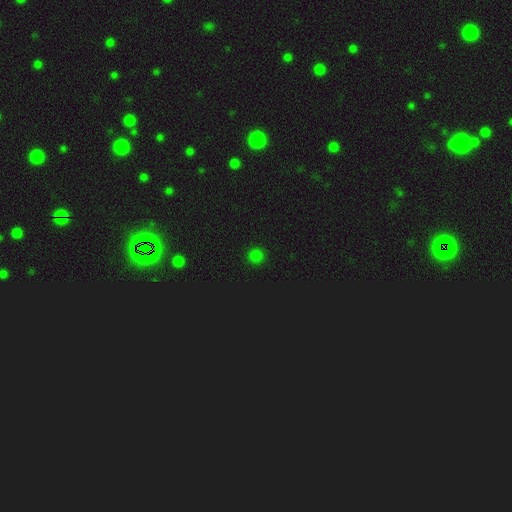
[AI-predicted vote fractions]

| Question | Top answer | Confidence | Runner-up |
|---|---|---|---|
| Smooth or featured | smooth | 76% | star or artifact (21%) |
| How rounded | round | 92% | in between (7%) |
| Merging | none | 92% | minor disturbance (5%) |